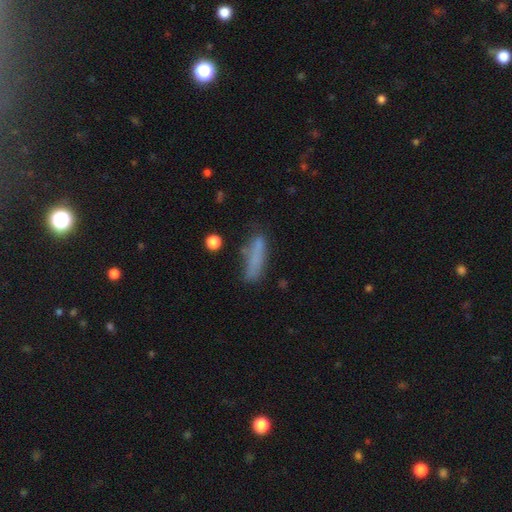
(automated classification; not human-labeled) Smooth or featured: smooth — 73% (featured or disk — 16%)
How rounded: cigar-shaped — 75% (in between — 23%)
Merging: none — 64% (minor disturbance — 22%)